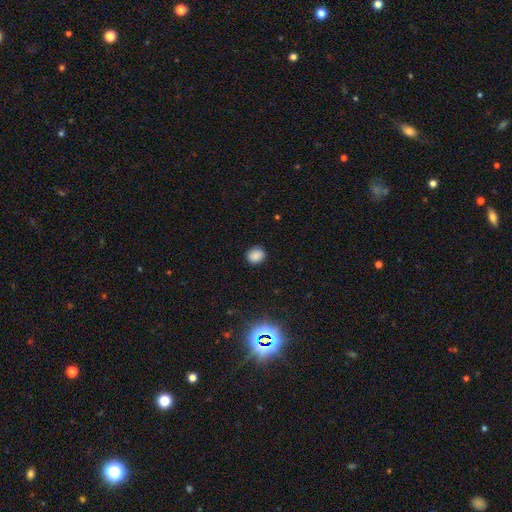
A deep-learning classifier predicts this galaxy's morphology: smooth_or_featured: smooth (p=0.85) [alt: star or artifact p=0.11]
how_rounded: round (p=0.71) [alt: in between p=0.28]
merging: none (p=0.88) [alt: minor disturbance p=0.08]